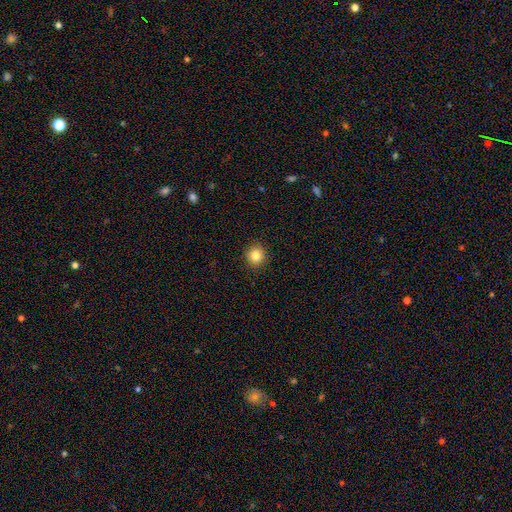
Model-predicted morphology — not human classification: Smooth or featured? smooth (84%)
How rounded? round (92%)
Merging? none (92%)